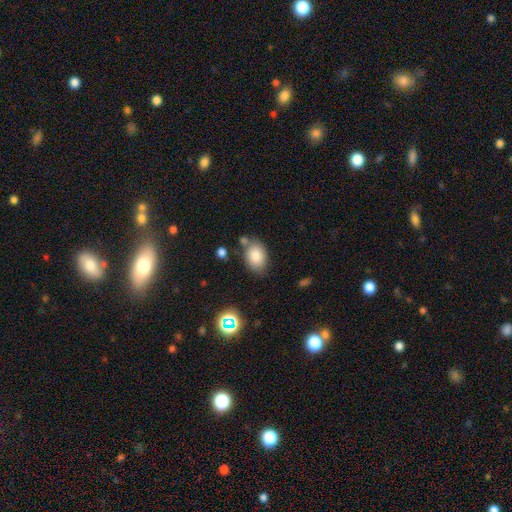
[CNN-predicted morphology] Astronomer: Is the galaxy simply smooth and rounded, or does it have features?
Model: smooth — 82%.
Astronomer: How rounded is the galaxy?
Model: in between — 76%.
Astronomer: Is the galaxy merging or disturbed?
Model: none — 68%.